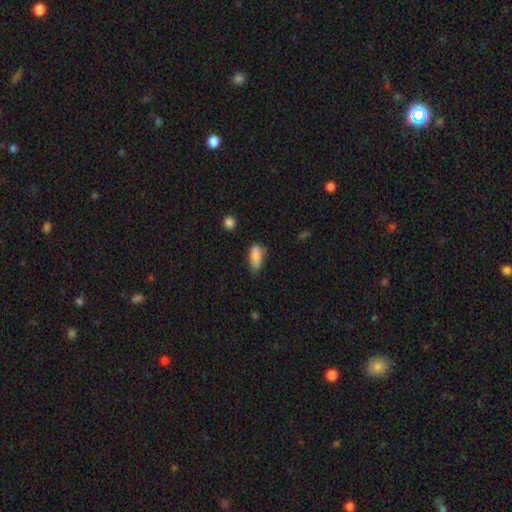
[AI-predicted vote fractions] Smooth or featured?
  - smooth: 81% *
  - featured or disk: 11%
  - star or artifact: 8%
How rounded?
  - in between: 85% *
  - cigar-shaped: 11%
  - round: 3%
Merging?
  - none: 51% *
  - minor disturbance: 35%
  - major disturbance: 8%
  - merger: 6%